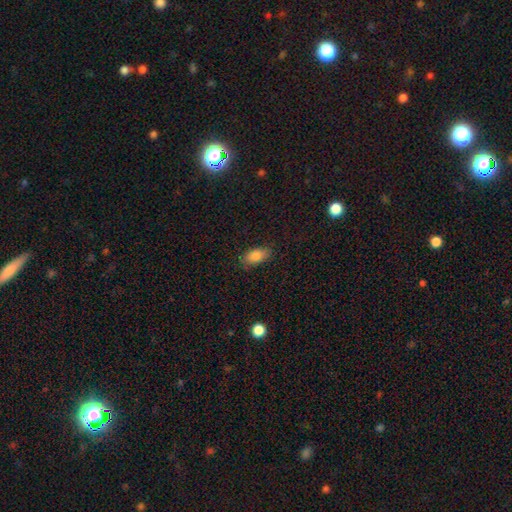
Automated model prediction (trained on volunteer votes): This appears to be a smooth galaxy with no disk features (83%) that is in between round and cigar-shaped (89%). Merging: none (83%).